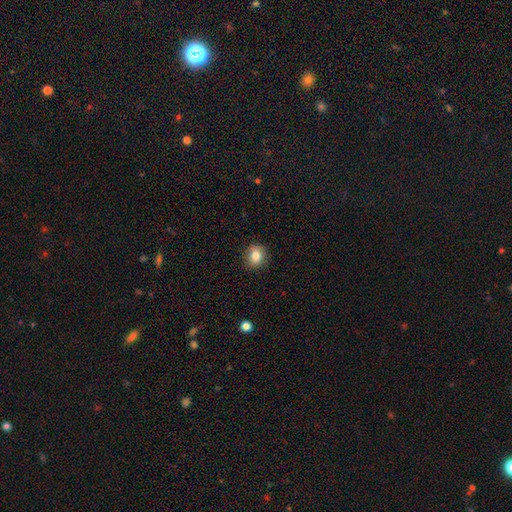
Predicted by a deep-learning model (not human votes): smooth_or_featured: smooth (p=0.82) [alt: star or artifact p=0.10]
how_rounded: round (p=0.70) [alt: in between p=0.29]
merging: none (p=0.89) [alt: minor disturbance p=0.08]